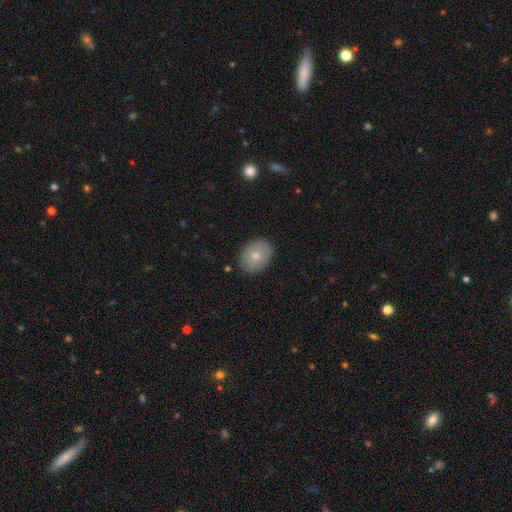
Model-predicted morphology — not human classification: smooth_or_featured: smooth (p=0.74) [alt: featured or disk p=0.18]
how_rounded: in between (p=0.60) [alt: round p=0.39]
merging: none (p=0.87) [alt: minor disturbance p=0.10]